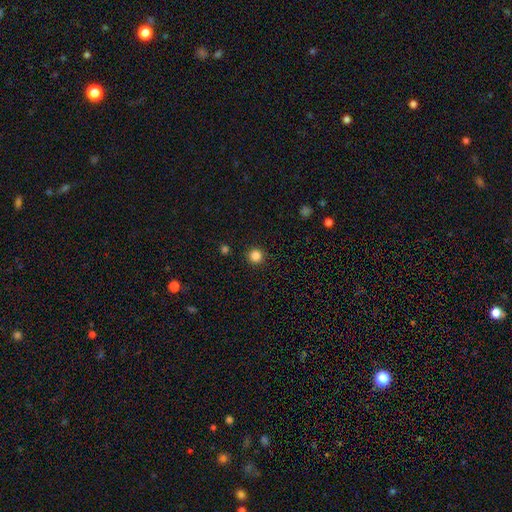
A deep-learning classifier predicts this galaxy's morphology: Overall: smooth (84%). How rounded: round (95%). Merging: none (92%).